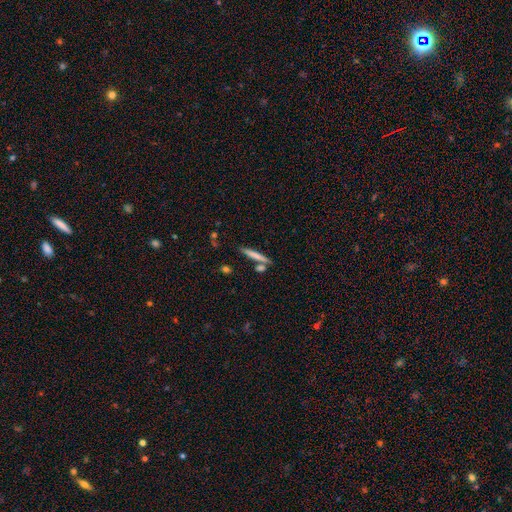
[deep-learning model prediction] Smooth or featured: smooth — 67% (featured or disk — 26%)
How rounded: cigar-shaped — 92% (in between — 6%)
Merging: none — 75% (merger — 13%)